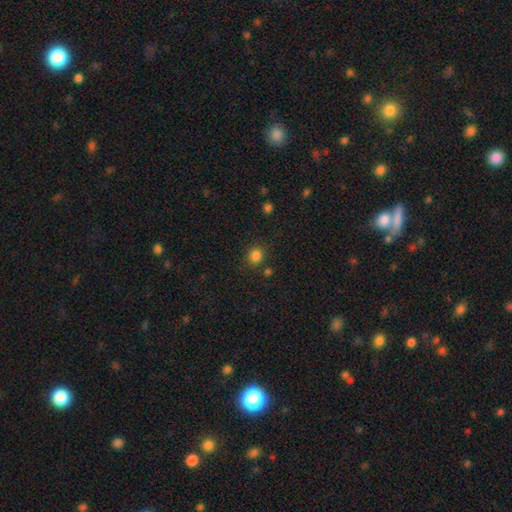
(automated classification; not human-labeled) This appears to be a smooth galaxy with no disk features (84%) that is round (76%). Merging: none (81%).